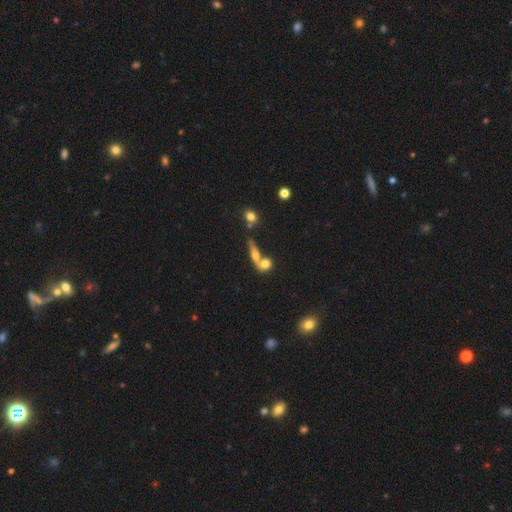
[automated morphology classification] Smooth or featured: smooth — 52% (featured or disk — 34%)
How rounded: in between — 40% (cigar-shaped — 30%)
Merging: merger — 49% (none — 35%)